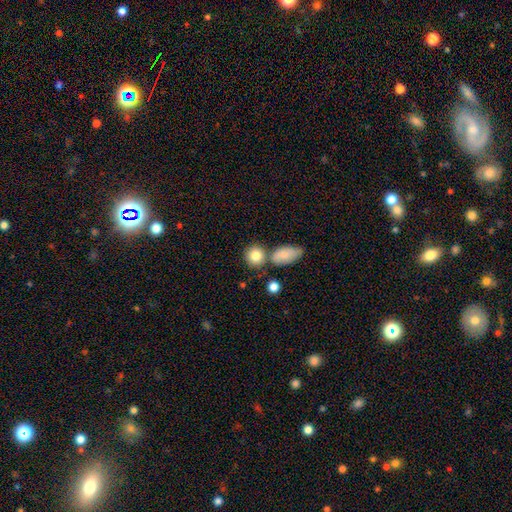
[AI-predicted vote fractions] This is clearly a smooth galaxy (83%). How rounded: likely round (79%). Merging: likely none (64%).